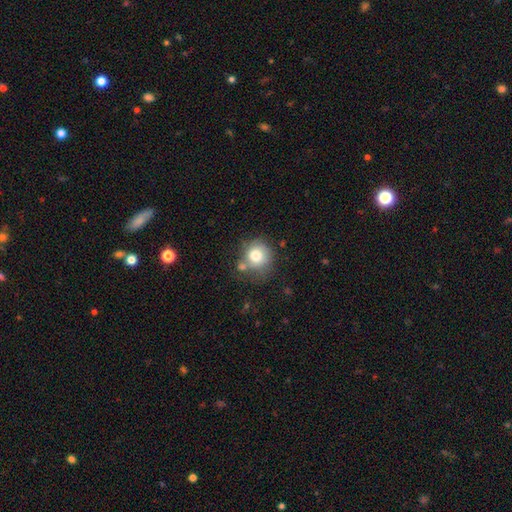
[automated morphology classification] Smooth or featured?
  - smooth: 76% *
  - featured or disk: 14%
  - star or artifact: 9%
How rounded?
  - round: 84% *
  - in between: 15%
  - cigar-shaped: 1%
Merging?
  - none: 54% *
  - minor disturbance: 21%
  - merger: 16%
  - major disturbance: 9%